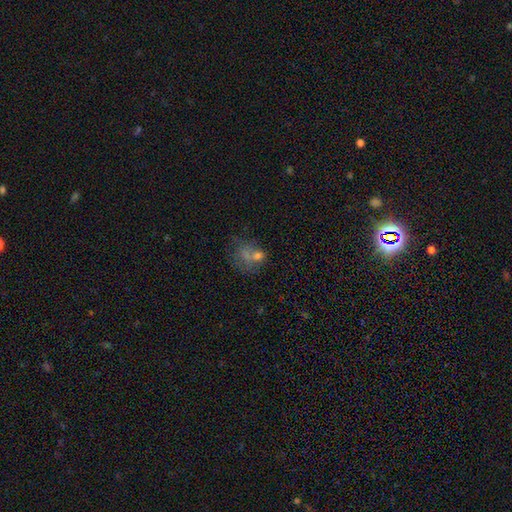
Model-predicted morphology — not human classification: The model was most divided on "merging": none: 36%, merger: 26%, major disturbance: 21%, minor disturbance: 17%. Remaining: smooth or featured — smooth (48%).